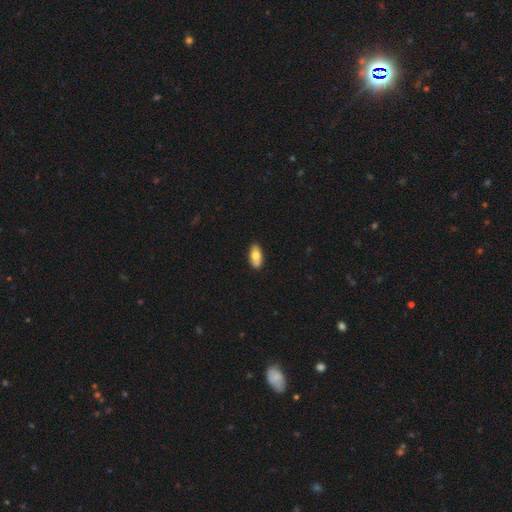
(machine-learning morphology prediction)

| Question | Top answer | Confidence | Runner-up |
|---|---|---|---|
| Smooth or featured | smooth | 76% | featured or disk (18%) |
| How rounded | in between | 90% | cigar-shaped (7%) |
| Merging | none | 83% | minor disturbance (13%) |